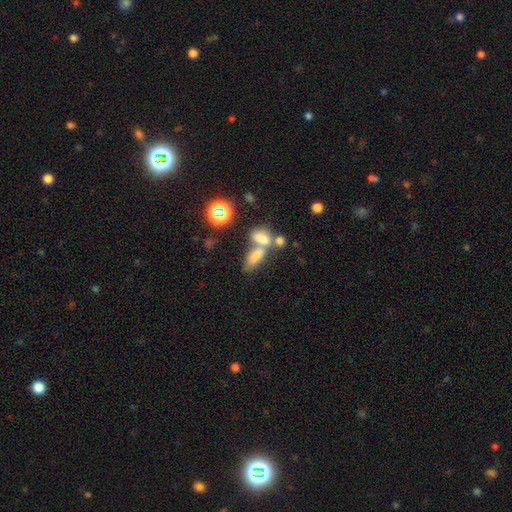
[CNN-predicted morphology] Smooth or featured? Predicted: smooth (p=0.73). How rounded? Predicted: in between (p=0.78). Merging? Predicted: merger (p=0.60).